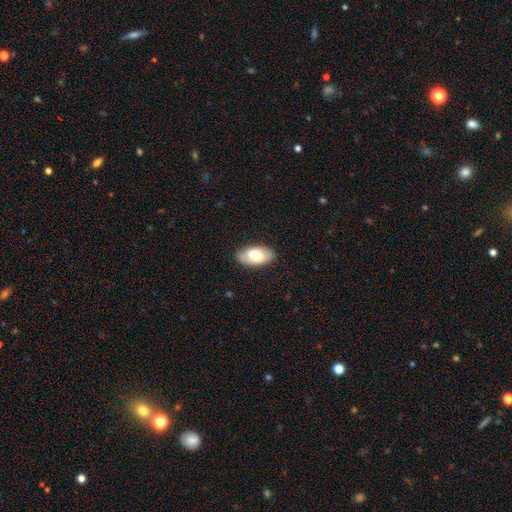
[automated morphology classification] A smooth galaxy with no disk features (70%) that is in between round and cigar-shaped (94%). Merging: none (86%).